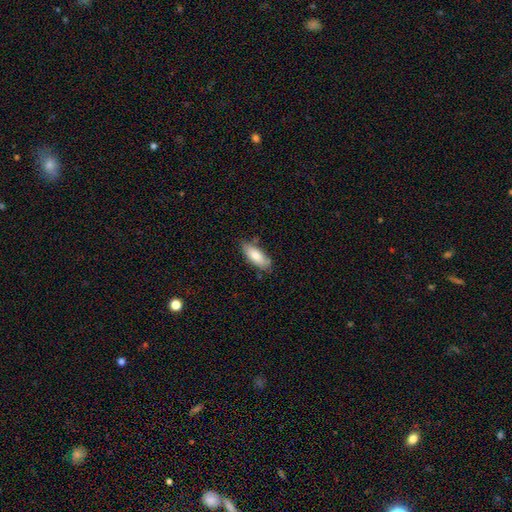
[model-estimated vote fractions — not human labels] smooth_or_featured: smooth (p=0.81) [alt: featured or disk p=0.13]
how_rounded: in between (p=0.76) [alt: cigar-shaped p=0.22]
merging: none (p=0.76) [alt: minor disturbance p=0.19]